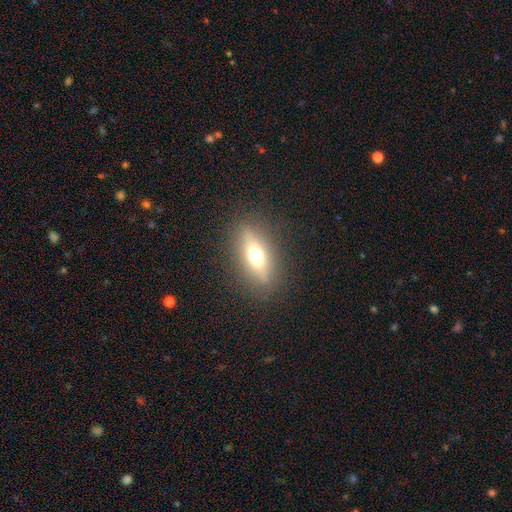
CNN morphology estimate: Smooth or featured? Predicted: smooth (p=0.53). How rounded? Predicted: in between (p=0.61). Merging? Predicted: none (p=0.85).